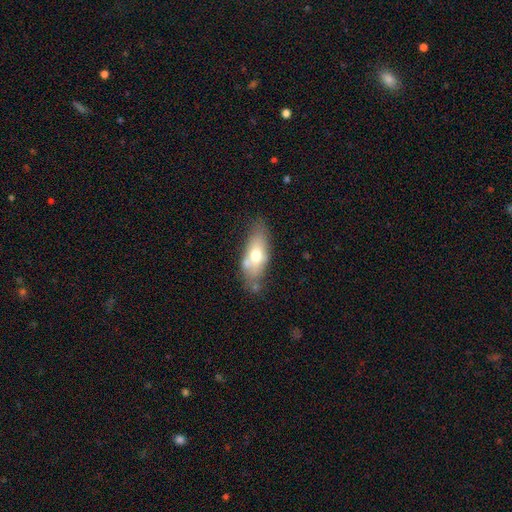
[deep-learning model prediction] This is likely a smooth galaxy (61%). How rounded: clearly in between (81%). Merging: likely none (60%).